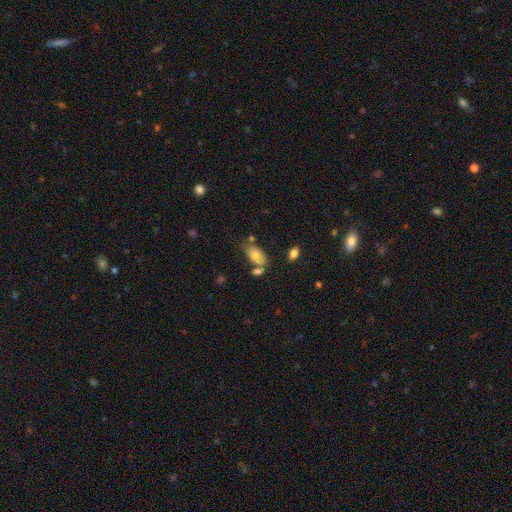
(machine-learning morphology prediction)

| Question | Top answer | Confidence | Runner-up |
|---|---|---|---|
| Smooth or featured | smooth | 72% | featured or disk (21%) |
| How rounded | in between | 92% | round (6%) |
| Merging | none | 53% | merger (21%) |